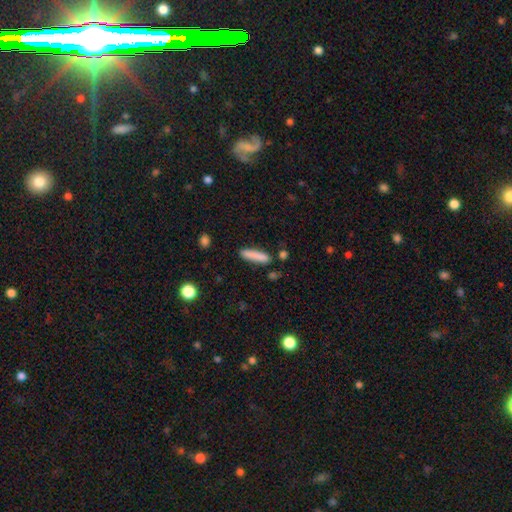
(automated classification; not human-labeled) Smooth or featured: smooth — 85% (featured or disk — 9%)
How rounded: cigar-shaped — 82% (in between — 17%)
Merging: none — 82% (minor disturbance — 11%)